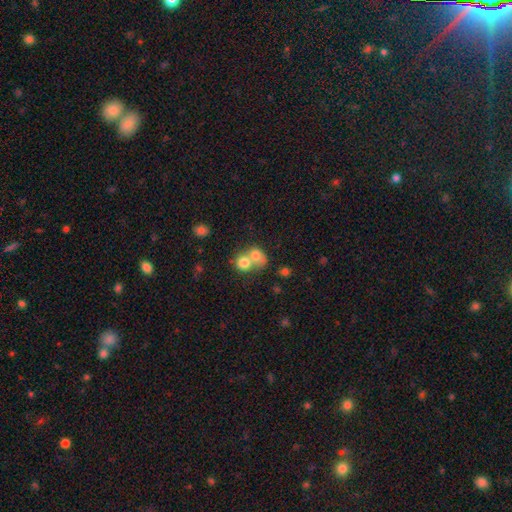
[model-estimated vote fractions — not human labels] Morphology: type=smooth (74%); roundness=round (64%); merging=merger (70%).